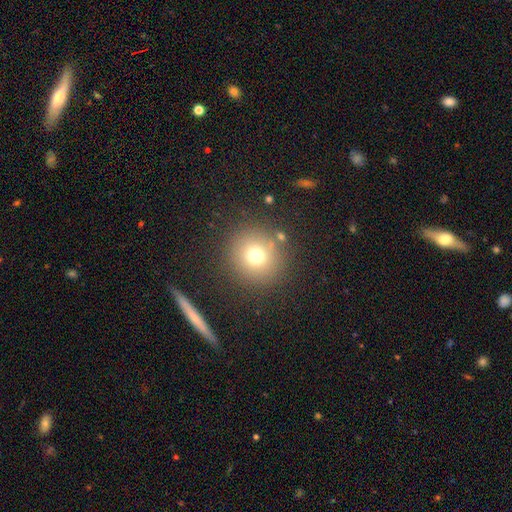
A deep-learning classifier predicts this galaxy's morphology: A smooth galaxy with no disk features (72%) that is round (94%).

Vote fractions:
- Smooth or featured? smooth: 72% / star or artifact: 17% / featured or disk: 11%
- How rounded? round: 94% / in between: 5% / cigar-shaped: 1%
- Merging? none: 84% / minor disturbance: 8% / major disturbance: 4% / merger: 4%